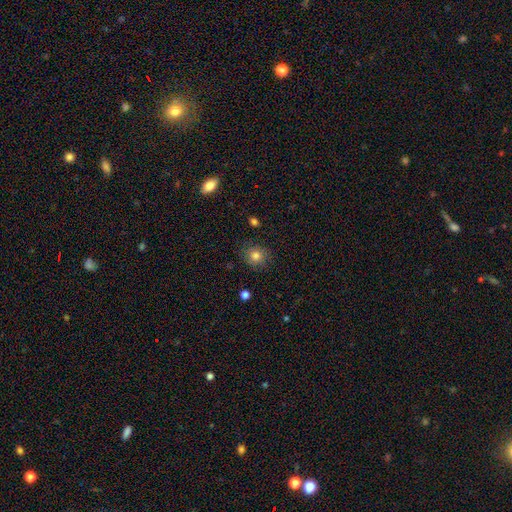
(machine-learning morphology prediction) Q: Smooth or featured?
A: smooth (81%); runner-up: star or artifact (12%)
Q: How rounded?
A: round (83%); runner-up: in between (16%)
Q: Merging?
A: none (86%); runner-up: minor disturbance (10%)